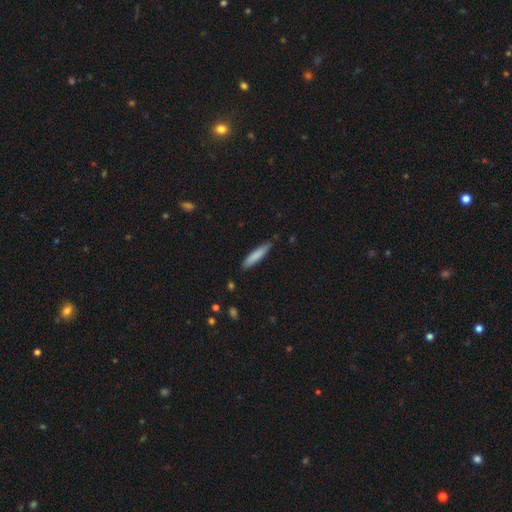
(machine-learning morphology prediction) Smooth or featured? smooth (82%)
How rounded? cigar-shaped (87%)
Merging? none (83%)